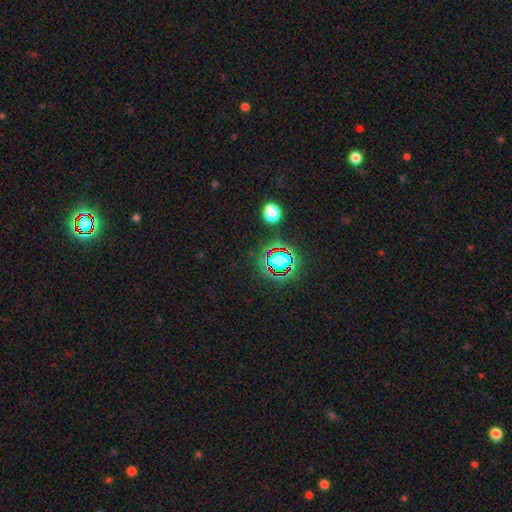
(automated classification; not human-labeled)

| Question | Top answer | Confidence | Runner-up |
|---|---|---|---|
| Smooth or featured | star or artifact | 80% | smooth (14%) |